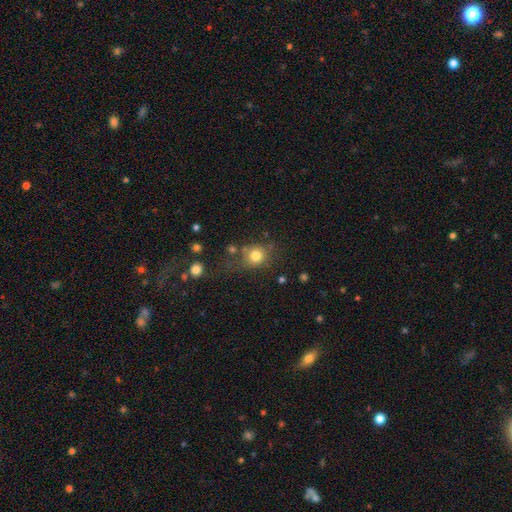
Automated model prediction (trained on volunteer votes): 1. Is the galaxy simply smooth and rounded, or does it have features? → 79% smooth, 12% star or artifact, 9% featured or disk.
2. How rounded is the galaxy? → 82% round, 17% in between, 1% cigar-shaped.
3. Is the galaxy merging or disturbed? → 61% none, 18% minor disturbance, 11% merger, 11% major disturbance.